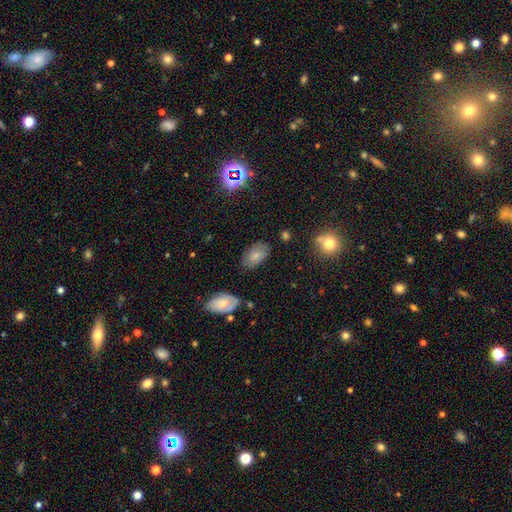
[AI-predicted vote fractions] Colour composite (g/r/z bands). It shows a smooth galaxy with no disk features (67%) that is in between round and cigar-shaped (92%). Merging: none (77%).